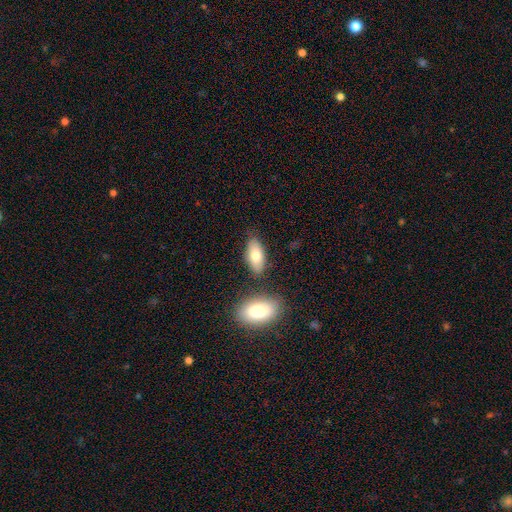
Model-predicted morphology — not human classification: This appears to be a smooth galaxy with no disk features (77%) that is in between round and cigar-shaped (88%). Merging: none (74%).